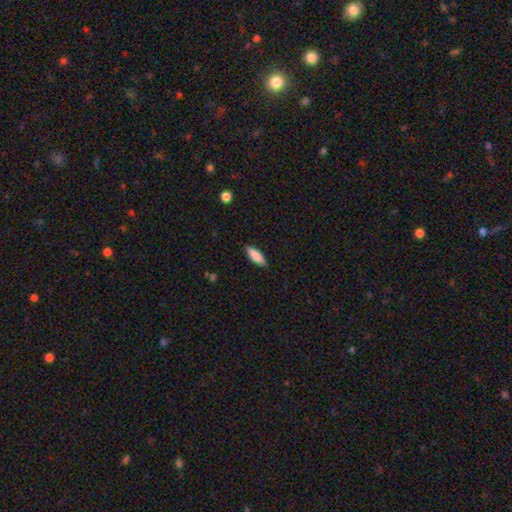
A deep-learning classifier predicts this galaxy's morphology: This is clearly a smooth galaxy (84%). How rounded: possibly in between (59%). Merging: clearly none (88%).